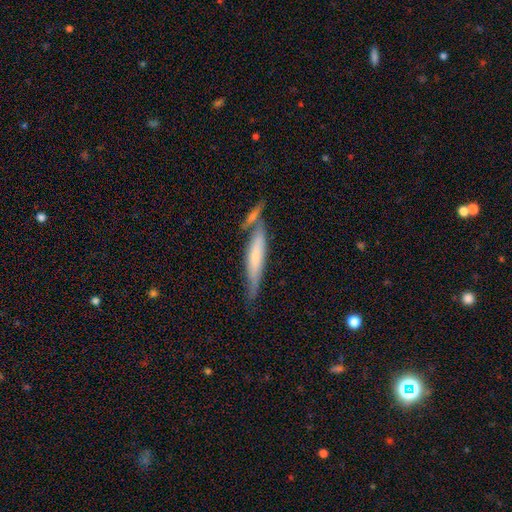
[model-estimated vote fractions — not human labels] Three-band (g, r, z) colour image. It shows a smooth galaxy with no disk features (48%). Merging: none (51%).